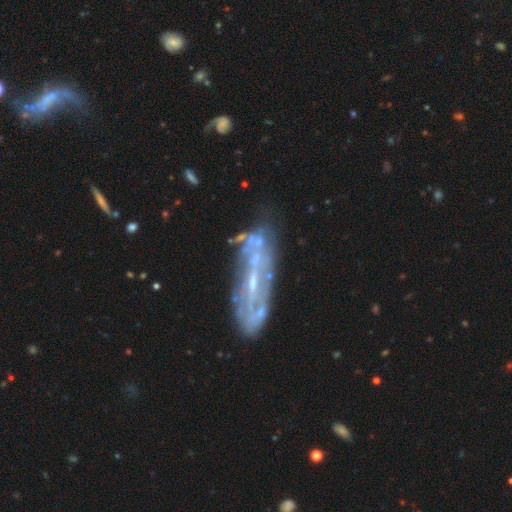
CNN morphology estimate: Smooth or featured? featured or disk (73%)
Edge-on disk? no (83%)
Bar? no (45%)
Spiral arms? no (57%)
Bulge size? small (43%)
Merging? none (51%)